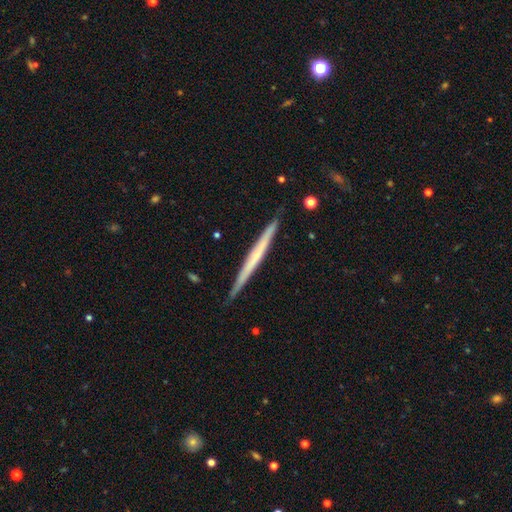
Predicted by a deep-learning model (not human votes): Smooth or featured?
  - featured or disk: 61% *
  - smooth: 33%
  - star or artifact: 6%
Edge-on disk?
  - yes: 98% *
  - no: 2%
Edge-on bulge?
  - none: 74% *
  - rounded: 21%
  - boxy: 5%
Merging?
  - none: 90% *
  - minor disturbance: 8%
  - major disturbance: 1%
  - merger: 1%